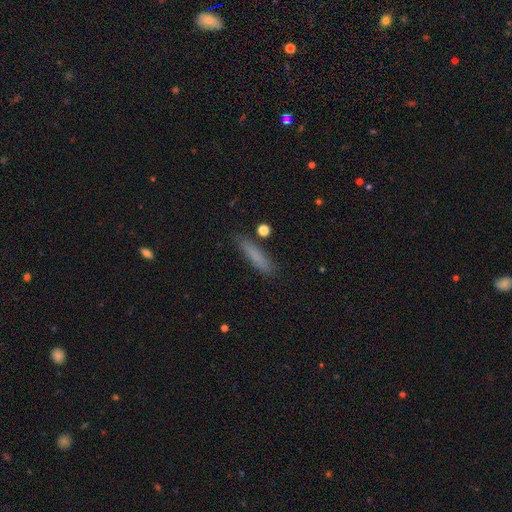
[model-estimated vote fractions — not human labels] The model was most divided on "smooth or featured": smooth: 79%, featured or disk: 12%, star or artifact: 9%. More confident: how rounded — cigar-shaped (83%); merging — none (82%).